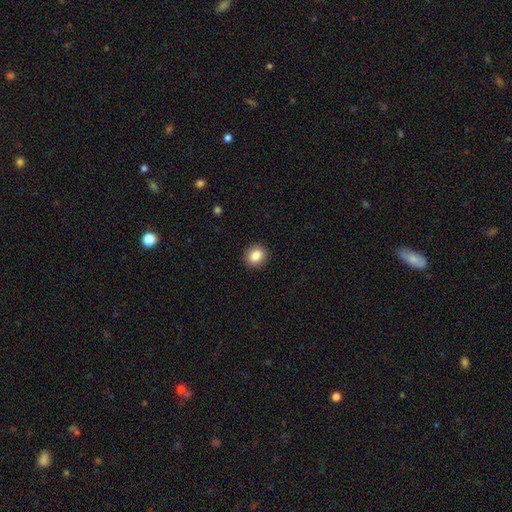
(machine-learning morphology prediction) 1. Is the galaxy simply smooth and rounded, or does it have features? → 86% smooth, 9% star or artifact, 5% featured or disk.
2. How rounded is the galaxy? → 75% round, 24% in between, 1% cigar-shaped.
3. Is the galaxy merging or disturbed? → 91% none, 6% minor disturbance, 2% major disturbance, 1% merger.